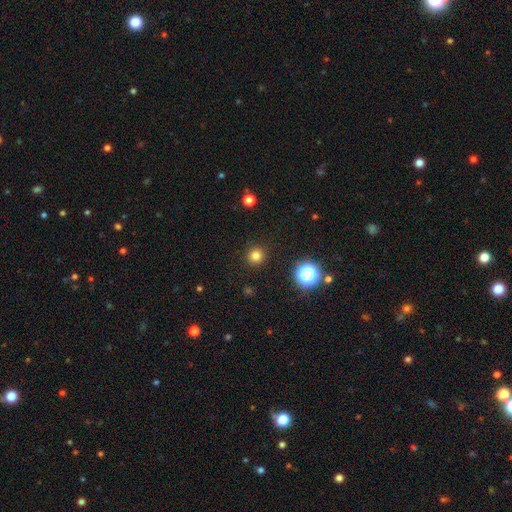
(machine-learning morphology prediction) Smooth or featured: smooth — 79% (star or artifact — 16%)
How rounded: round — 93% (in between — 6%)
Merging: none — 92% (minor disturbance — 5%)